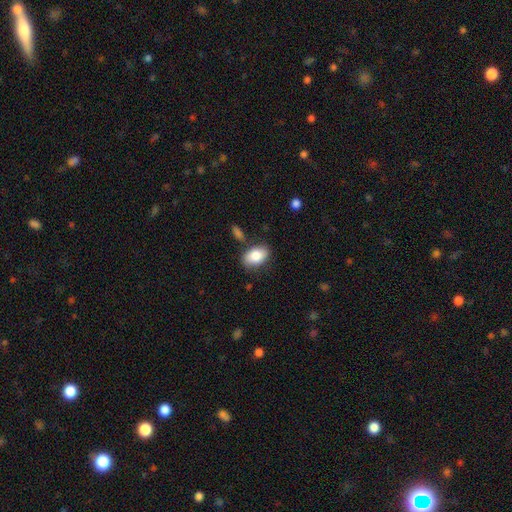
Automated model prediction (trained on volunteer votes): Smooth or featured? Predicted: smooth (p=0.84). How rounded? Predicted: in between (p=0.88). Merging? Predicted: none (p=0.75).